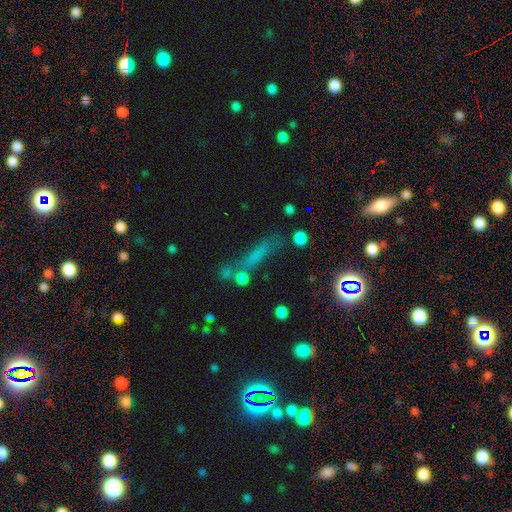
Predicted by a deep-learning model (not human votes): smooth 45%, star or artifact 33%, featured or disk 22%. Down the decision tree: merging — none (58%).